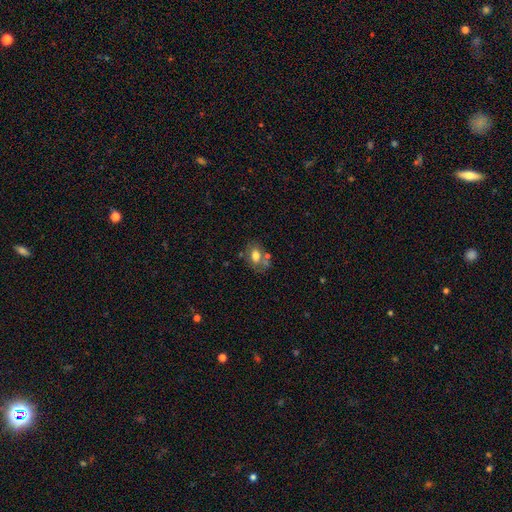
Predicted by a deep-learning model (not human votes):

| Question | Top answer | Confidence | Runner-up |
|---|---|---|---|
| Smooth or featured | smooth | 68% | featured or disk (23%) |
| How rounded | in between | 76% | round (23%) |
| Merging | none | 52% | merger (22%) |